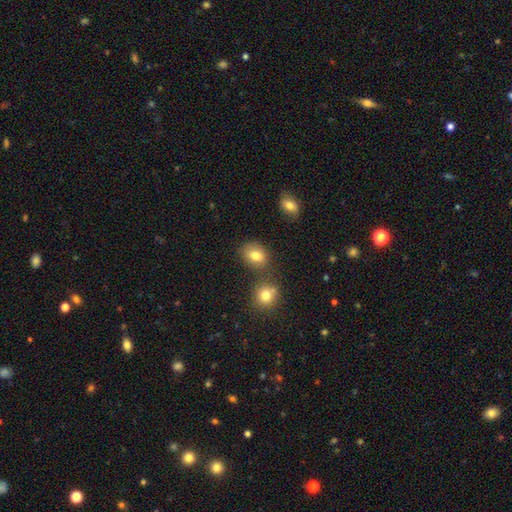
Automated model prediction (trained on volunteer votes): Q: Smooth or featured?
A: smooth (79%); runner-up: star or artifact (11%)
Q: How rounded?
A: in between (61%); runner-up: round (37%)
Q: Merging?
A: none (67%); runner-up: merger (15%)